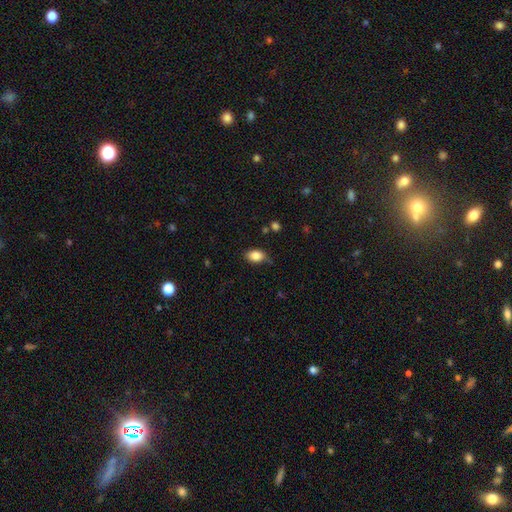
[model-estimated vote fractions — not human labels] Q: Smooth or featured?
A: smooth (85%); runner-up: star or artifact (9%)
Q: How rounded?
A: in between (83%); runner-up: round (16%)
Q: Merging?
A: none (73%); runner-up: minor disturbance (20%)